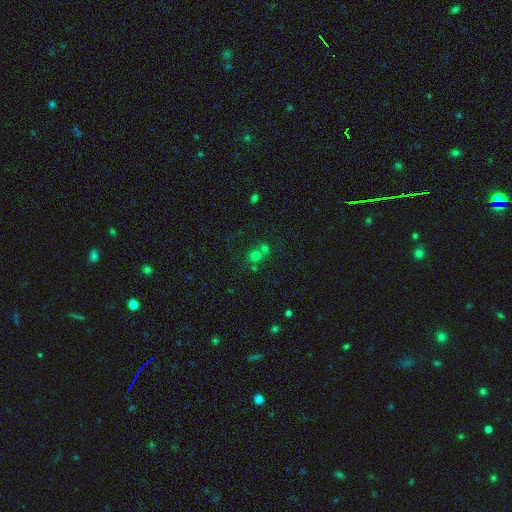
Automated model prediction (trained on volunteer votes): This is likely a smooth galaxy (62%). How rounded: clearly round (83%). Merging: possibly merger (45%, tied with none).